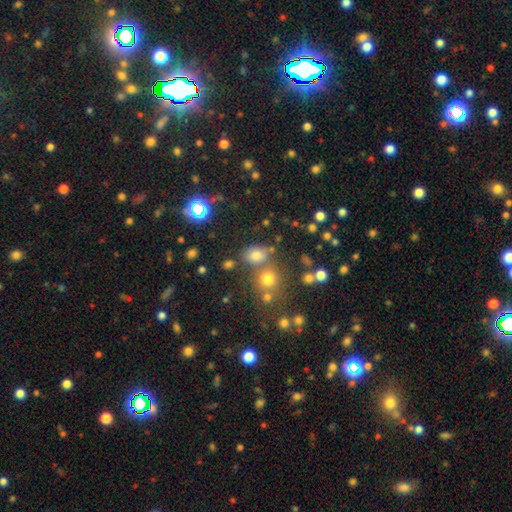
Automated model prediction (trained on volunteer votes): Smooth or featured?
  - smooth: 70% *
  - star or artifact: 20%
  - featured or disk: 10%
How rounded?
  - in between: 65% *
  - round: 33%
  - cigar-shaped: 2%
Merging?
  - none: 62% *
  - merger: 20%
  - minor disturbance: 13%
  - major disturbance: 5%